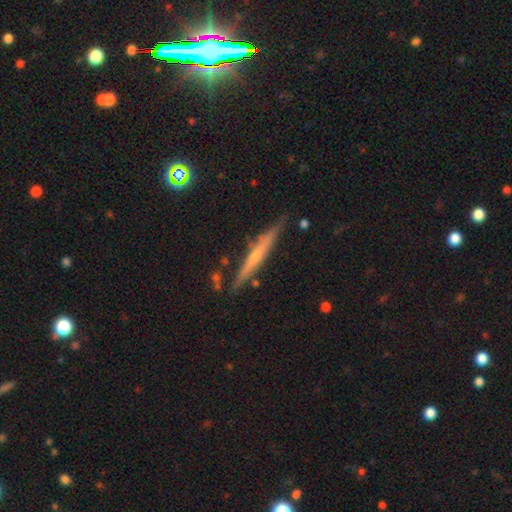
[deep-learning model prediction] A featured or disk galaxy (66%) viewed edge-on (96%) with a rounded central bulge (54%).

Vote fractions:
- Smooth or featured? featured or disk: 66% / smooth: 27% / star or artifact: 7%
- Edge-on disk? yes: 96% / no: 4%
- Edge-on bulge? rounded: 54% / none: 40% / boxy: 6%
- Merging? none: 82% / minor disturbance: 13% / merger: 3% / major disturbance: 2%